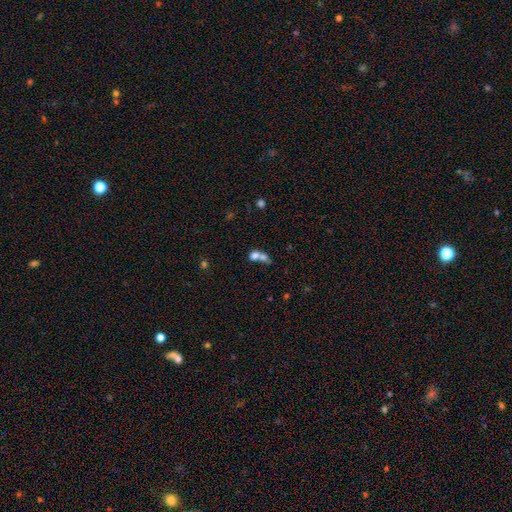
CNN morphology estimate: A smooth galaxy with no disk features (72%) that is round (50%).

Vote fractions:
- Smooth or featured? smooth: 72% / featured or disk: 16% / star or artifact: 12%
- How rounded? round: 50% / in between: 47% / cigar-shaped: 3%
- Merging? merger: 68% / none: 21% / minor disturbance: 6% / major disturbance: 5%